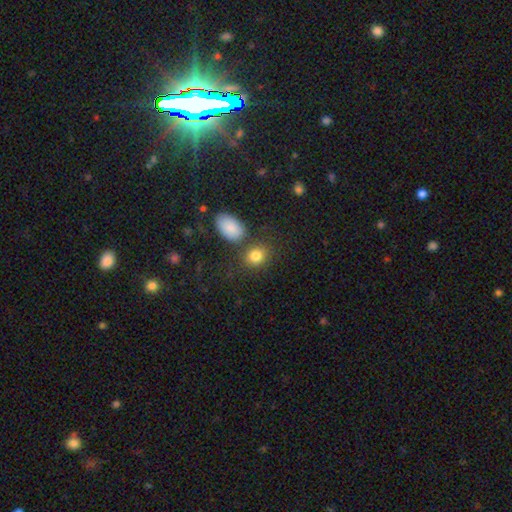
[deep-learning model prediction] smooth 82%, star or artifact 10%, featured or disk 7%. Down the decision tree: how rounded — round (56%); merging — none (69%).